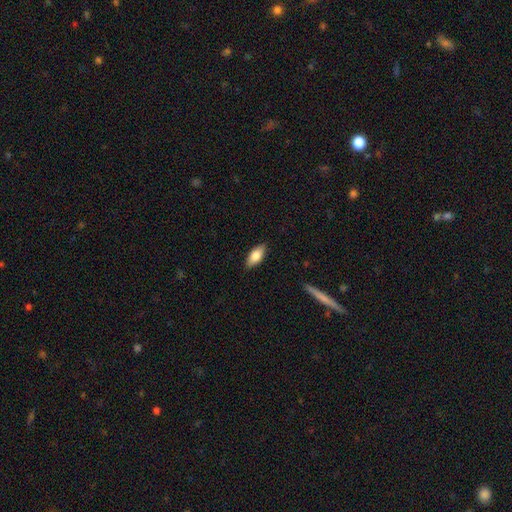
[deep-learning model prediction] Smooth or featured? smooth (75%)
How rounded? in between (83%)
Merging? none (87%)